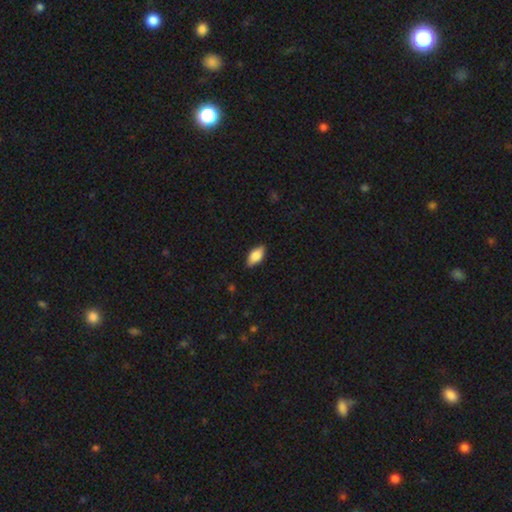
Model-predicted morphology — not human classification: smooth-or-featured: smooth: 79% | featured or disk: 15% | star or artifact: 7%
  how-rounded: in between: 89% | cigar-shaped: 8% | round: 3%
  merging: none: 86% | minor disturbance: 11% | major disturbance: 2% | merger: 1%